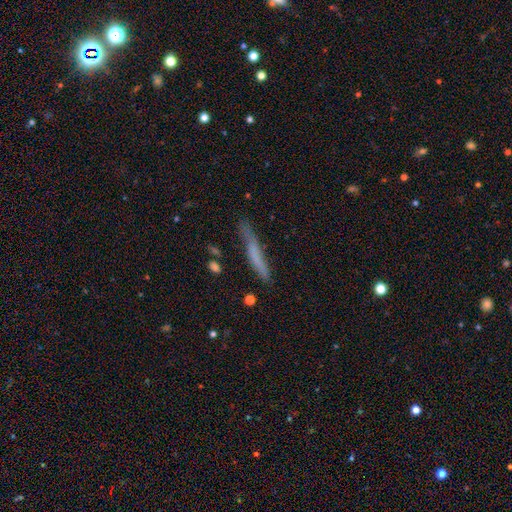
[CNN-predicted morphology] smooth_or_featured: smooth (p=0.59) [alt: featured or disk p=0.33]
how_rounded: cigar-shaped (p=0.94) [alt: in between p=0.04]
merging: none (p=0.69) [alt: minor disturbance p=0.22]